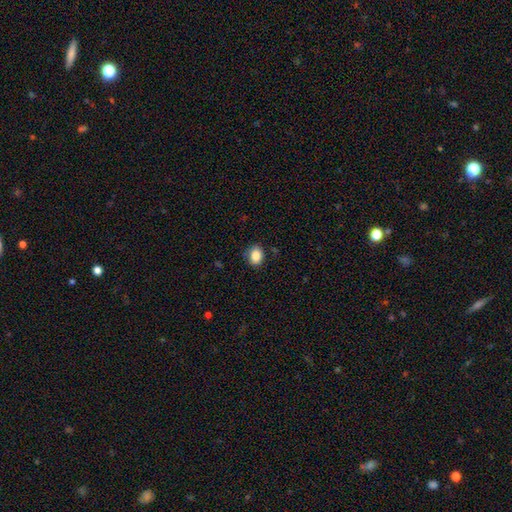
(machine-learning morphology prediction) Smooth or featured? Predicted: smooth (p=0.86). How rounded? Predicted: in between (p=0.52). Merging? Predicted: none (p=0.85).